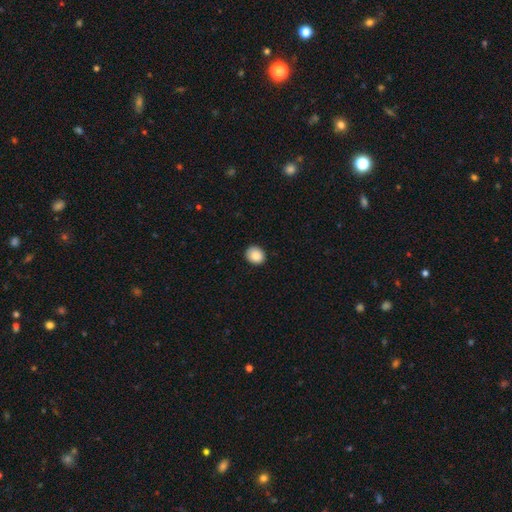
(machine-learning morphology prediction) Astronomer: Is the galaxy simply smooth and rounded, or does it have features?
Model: smooth — 87%.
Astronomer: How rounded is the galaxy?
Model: round — 72%.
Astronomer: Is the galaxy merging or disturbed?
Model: none — 88%.